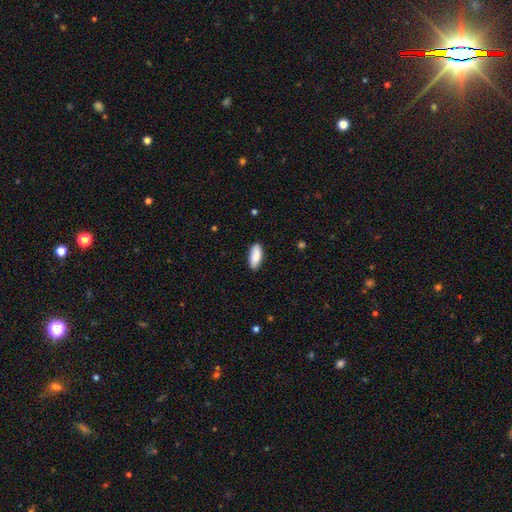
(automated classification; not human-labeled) Smooth or featured? Predicted: smooth (p=0.87). How rounded? Predicted: in between (p=0.80). Merging? Predicted: none (p=0.85).